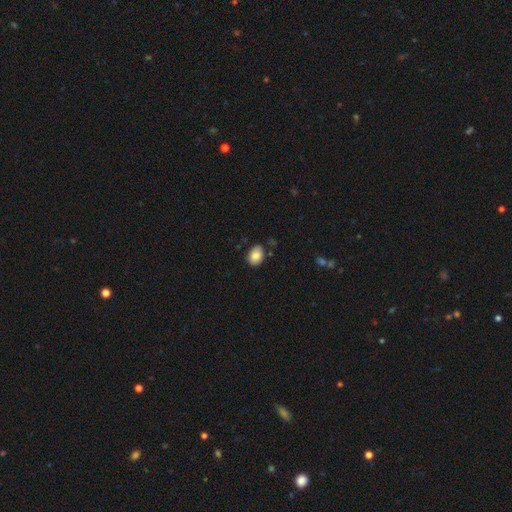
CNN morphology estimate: Smooth or featured? smooth (85%)
How rounded? in between (73%)
Merging? none (78%)